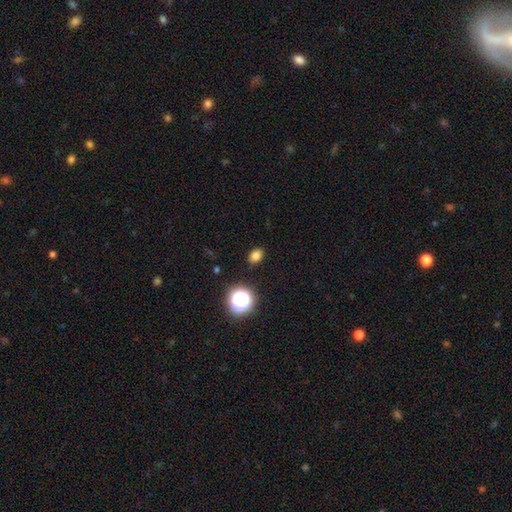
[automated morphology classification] smooth 79%, star or artifact 16%, featured or disk 5%. Down the decision tree: how rounded — in between (69%); merging — none (88%).